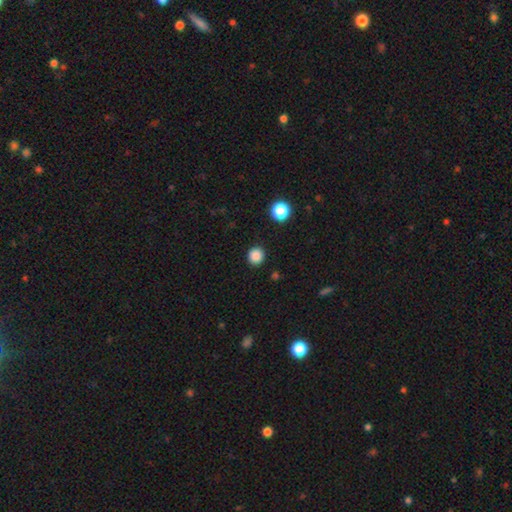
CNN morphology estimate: smooth-or-featured: smooth: 86% | star or artifact: 11% | featured or disk: 3%
  how-rounded: round: 93% | in between: 6% | cigar-shaped: 1%
  merging: none: 91% | minor disturbance: 5% | major disturbance: 2% | merger: 1%